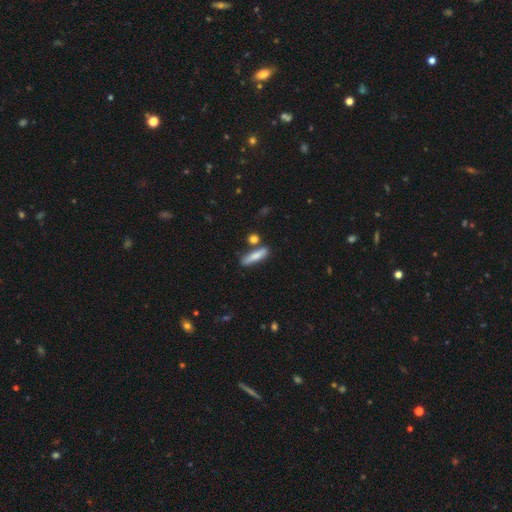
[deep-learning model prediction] The model was most divided on "how rounded": cigar-shaped: 74%, in between: 23%, round: 3%. More confident: smooth or featured — smooth (76%); merging — none (73%).